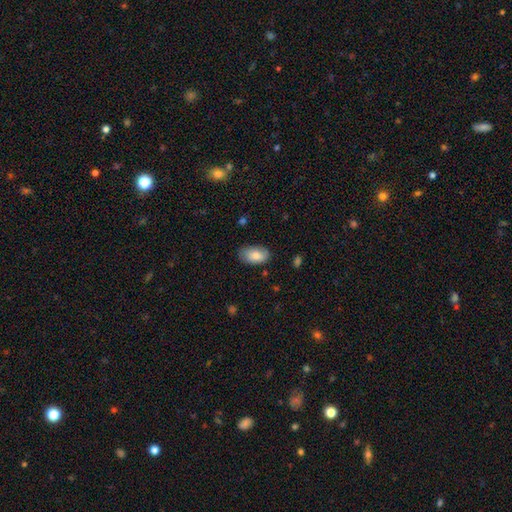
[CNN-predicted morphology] A smooth galaxy with no disk features (83%) that is in between round and cigar-shaped (94%). Merging: none (80%).